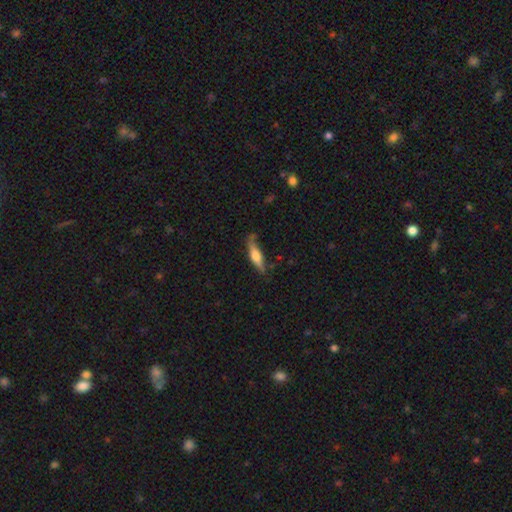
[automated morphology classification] Smooth or featured? smooth (51%)
How rounded? cigar-shaped (71%)
Merging? none (74%)